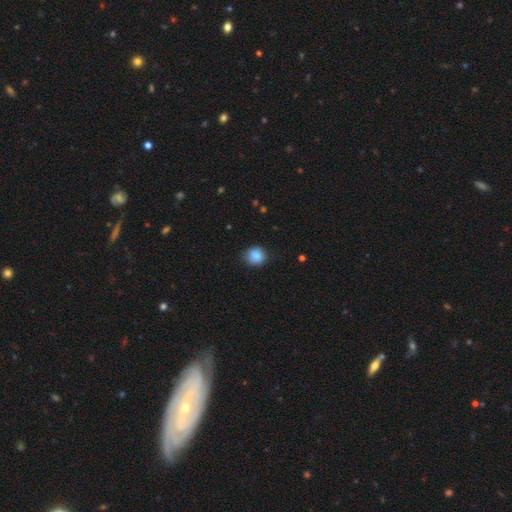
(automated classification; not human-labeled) This is clearly a smooth galaxy (88%). How rounded: clearly round (84%). Merging: clearly none (81%).